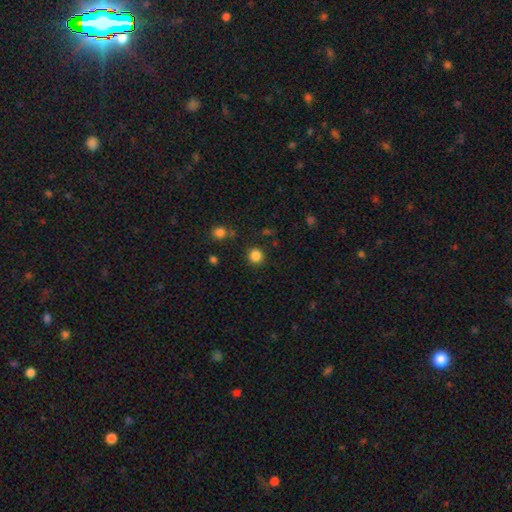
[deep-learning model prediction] Smooth or featured?
  - smooth: 84% *
  - star or artifact: 12%
  - featured or disk: 4%
How rounded?
  - round: 93% *
  - in between: 6%
  - cigar-shaped: 1%
Merging?
  - none: 88% *
  - minor disturbance: 7%
  - major disturbance: 3%
  - merger: 3%